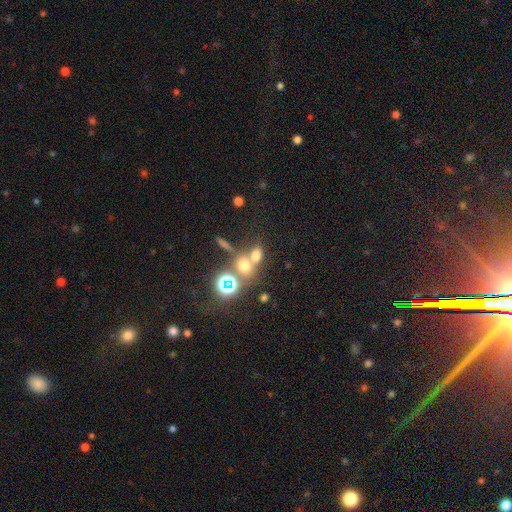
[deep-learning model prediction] A smooth galaxy with no disk features (62%) that is round (50%).

Vote fractions:
- Smooth or featured? smooth: 62% / star or artifact: 25% / featured or disk: 13%
- How rounded? round: 50% / in between: 47% / cigar-shaped: 3%
- Merging? merger: 44% / none: 43% / minor disturbance: 8% / major disturbance: 5%